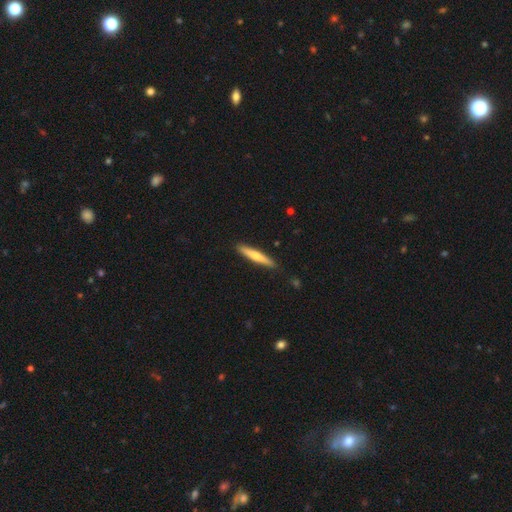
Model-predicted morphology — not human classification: smooth_or_featured: smooth (p=0.53) [alt: featured or disk p=0.42]
how_rounded: cigar-shaped (p=0.92) [alt: in between p=0.06]
merging: none (p=0.90) [alt: minor disturbance p=0.08]